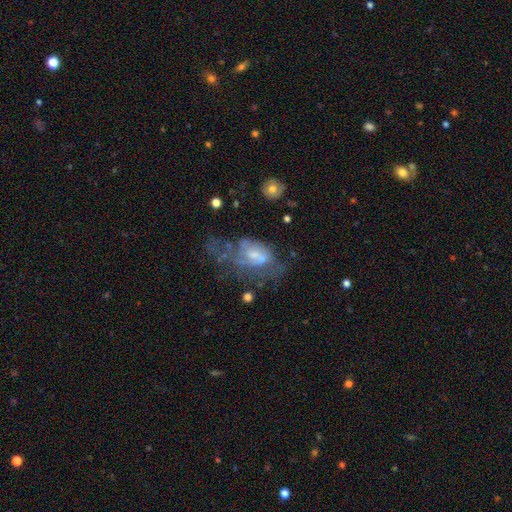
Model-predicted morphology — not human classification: A featured or disk galaxy (53%) with no bar (64%), no spiral arms (65%) and a small central bulge (39%). Merging: major disturbance (48%).